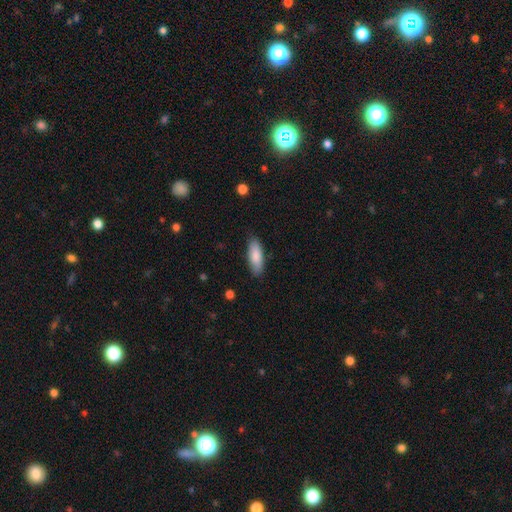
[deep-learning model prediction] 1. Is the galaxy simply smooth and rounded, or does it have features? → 85% smooth, 9% featured or disk, 6% star or artifact.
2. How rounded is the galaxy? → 69% in between, 29% cigar-shaped, 2% round.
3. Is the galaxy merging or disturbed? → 85% none, 12% minor disturbance, 2% major disturbance, 1% merger.